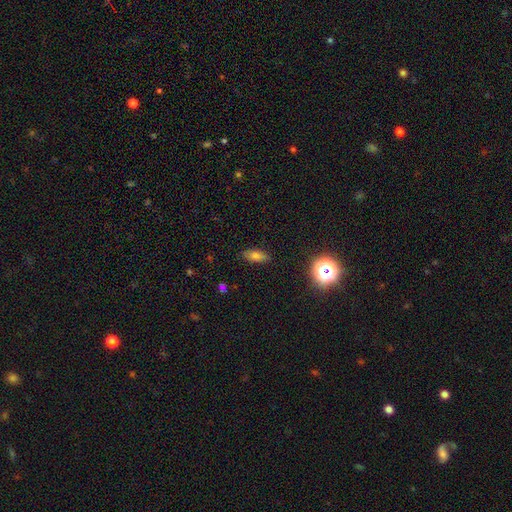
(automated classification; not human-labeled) Overall: smooth (71%). How rounded: in between (78%). Merging: none (85%).